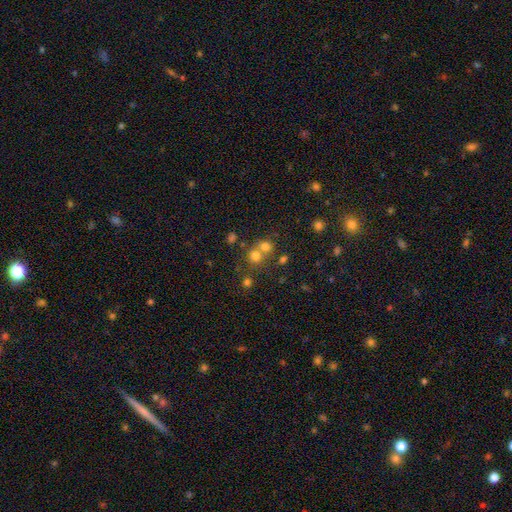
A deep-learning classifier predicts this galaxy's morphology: A smooth galaxy with no disk features (71%) that is round (83%).

Vote fractions:
- Smooth or featured? smooth: 71% / star or artifact: 19% / featured or disk: 10%
- How rounded? round: 83% / in between: 16% / cigar-shaped: 1%
- Merging? none: 48% / merger: 43% / minor disturbance: 6% / major disturbance: 3%